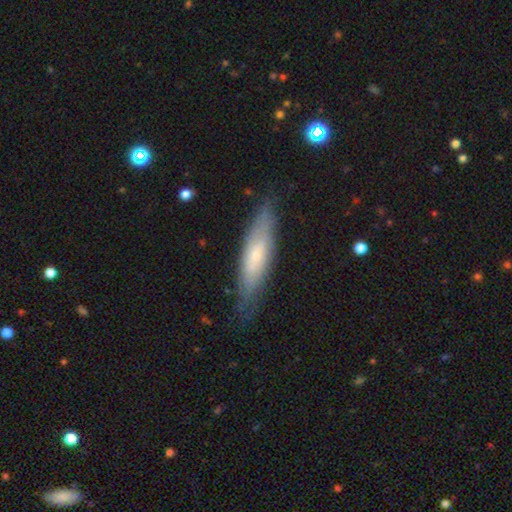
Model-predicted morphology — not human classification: The model was most divided on "smooth or featured": smooth: 50%, featured or disk: 44%, star or artifact: 6%. More confident: merging — none (77%).